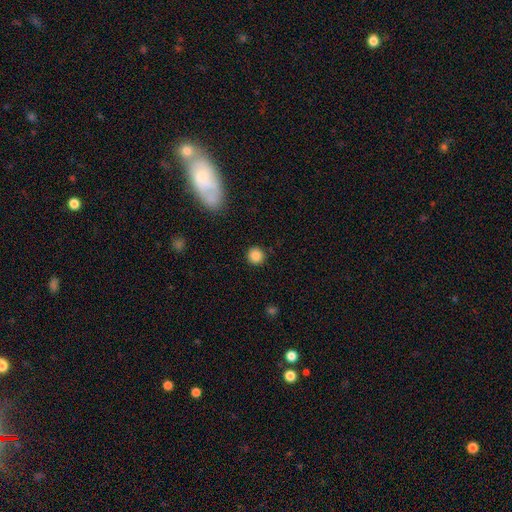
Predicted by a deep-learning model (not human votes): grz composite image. It shows a smooth galaxy with no disk features (86%) that is round (94%). Merging: none (91%).